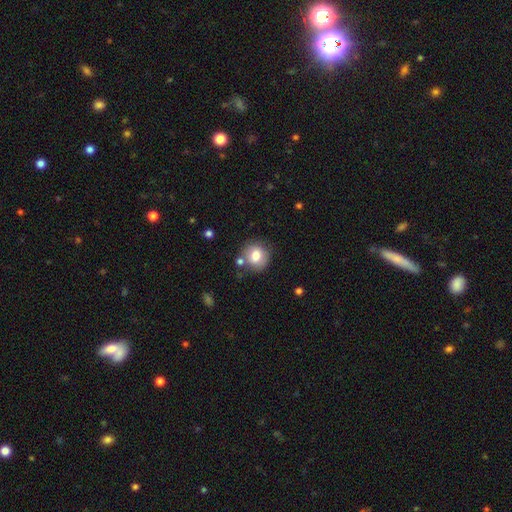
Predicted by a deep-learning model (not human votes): Smooth or featured? Predicted: smooth (p=0.77). How rounded? Predicted: round (p=0.87). Merging? Predicted: none (p=0.75).